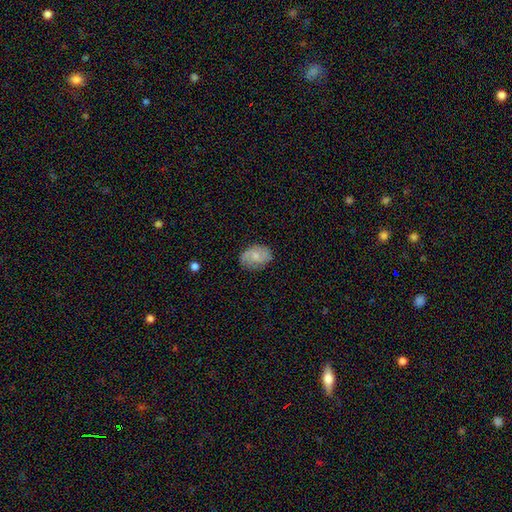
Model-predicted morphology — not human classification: This appears to be a smooth galaxy with no disk features (60%) that is in between round and cigar-shaped (76%). Merging: none (75%).